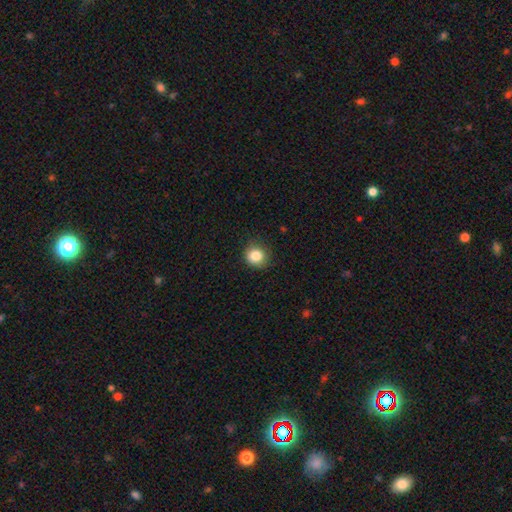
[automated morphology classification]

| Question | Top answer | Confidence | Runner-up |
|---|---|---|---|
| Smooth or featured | smooth | 84% | star or artifact (11%) |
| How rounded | round | 88% | in between (11%) |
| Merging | none | 83% | minor disturbance (13%) |